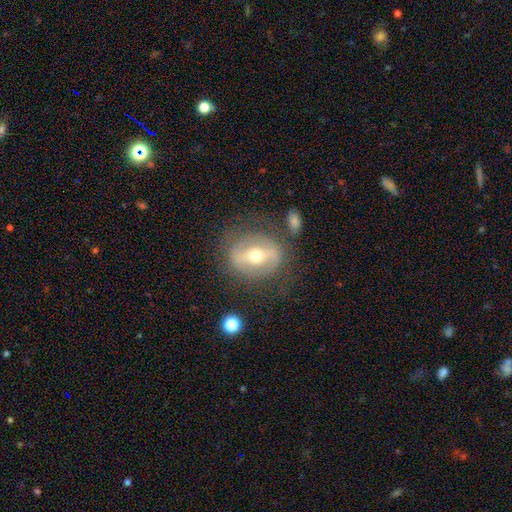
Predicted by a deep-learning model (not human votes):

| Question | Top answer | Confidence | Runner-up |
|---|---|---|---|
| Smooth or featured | featured or disk | 70% | smooth (23%) |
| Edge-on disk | no | 90% | yes (10%) |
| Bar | strong | 61% | weak (24%) |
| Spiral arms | no | 60% | yes (40%) |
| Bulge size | moderate | 65% | small (30%) |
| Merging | none | 71% | minor disturbance (15%) |